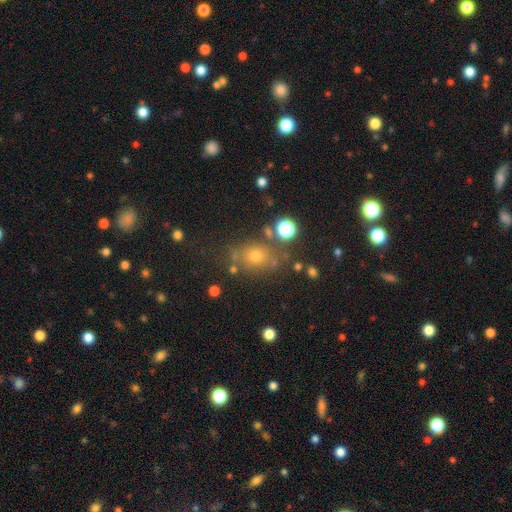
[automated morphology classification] Smooth or featured? Predicted: smooth (p=0.62). How rounded? Predicted: round (p=0.55). Merging? Predicted: none (p=0.71).